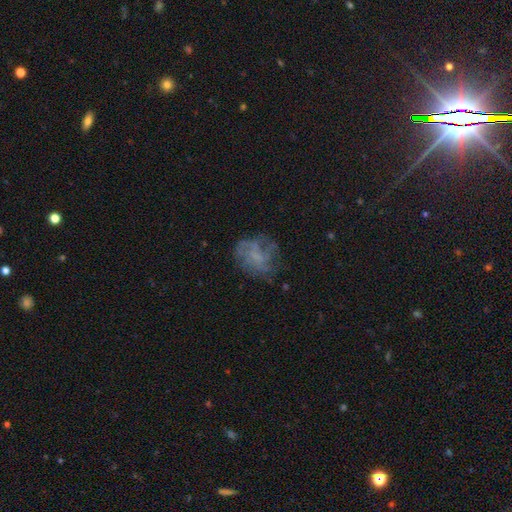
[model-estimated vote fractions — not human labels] Smooth or featured? Predicted: featured or disk (p=0.53). Edge-on disk? Predicted: no (p=0.98). Bar? Predicted: no (p=0.76). Spiral arms? Predicted: no (p=0.54). Bulge size? Predicted: none (p=0.64). Merging? Predicted: none (p=0.60).